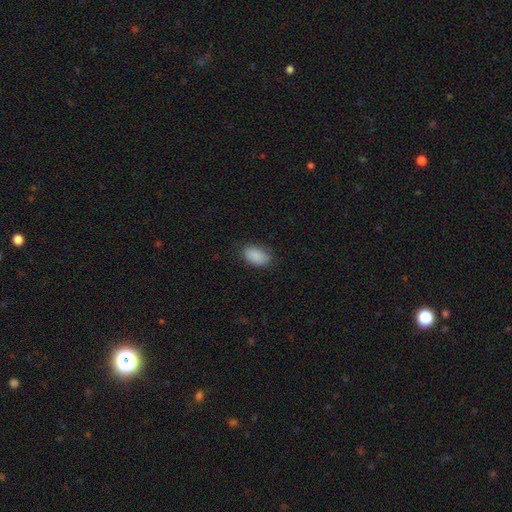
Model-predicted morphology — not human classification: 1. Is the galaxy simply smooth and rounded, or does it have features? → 90% smooth, 7% star or artifact, 3% featured or disk.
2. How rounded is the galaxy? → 92% in between, 7% round, 1% cigar-shaped.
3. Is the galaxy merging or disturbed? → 81% none, 14% minor disturbance, 3% major disturbance, 1% merger.